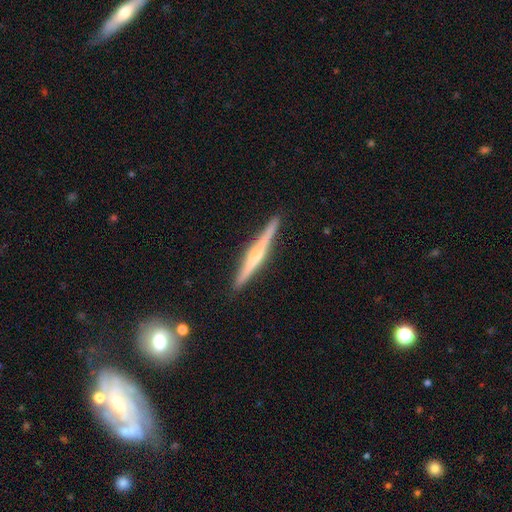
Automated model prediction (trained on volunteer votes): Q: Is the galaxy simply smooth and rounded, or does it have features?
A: featured or disk — 73%.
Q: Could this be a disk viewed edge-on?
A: yes — 98%.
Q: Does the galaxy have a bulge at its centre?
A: rounded — 70%.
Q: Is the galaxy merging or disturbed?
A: none — 91%.